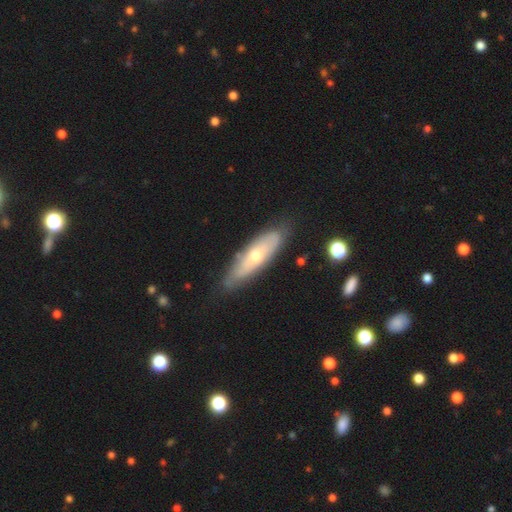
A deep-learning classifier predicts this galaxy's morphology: A featured or disk galaxy (53%). Merging: none (77%).